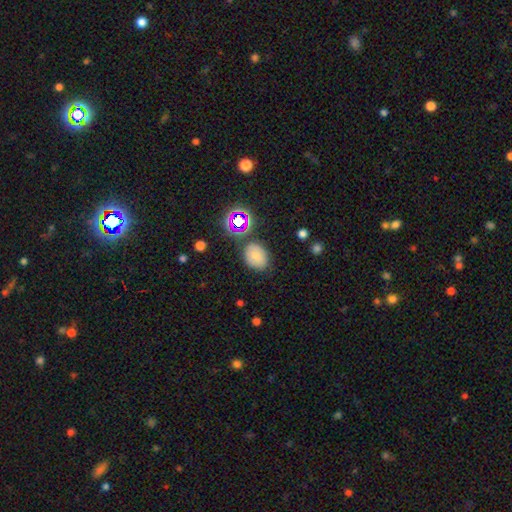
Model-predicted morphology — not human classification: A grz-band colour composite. It shows a smooth galaxy with no disk features (67%) that is in between round and cigar-shaped (63%). Merging: none (70%).